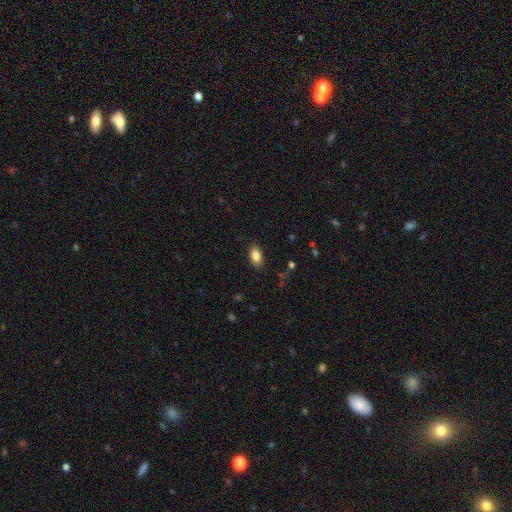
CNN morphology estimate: This is clearly a smooth galaxy (87%). How rounded: clearly in between (92%). Merging: clearly none (86%).